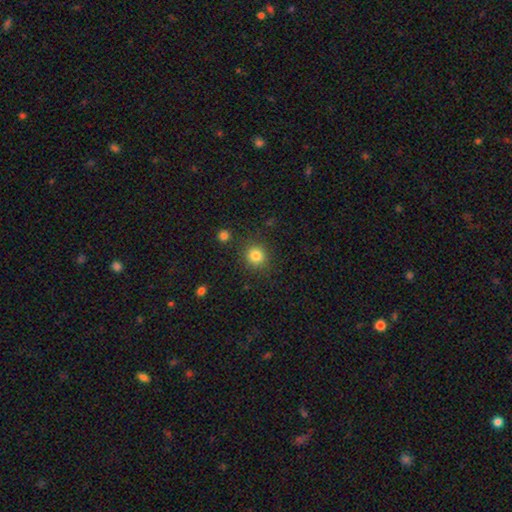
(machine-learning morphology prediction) smooth_or_featured: smooth (p=0.82) [alt: star or artifact p=0.12]
how_rounded: round (p=0.88) [alt: in between p=0.11]
merging: none (p=0.86) [alt: minor disturbance p=0.08]